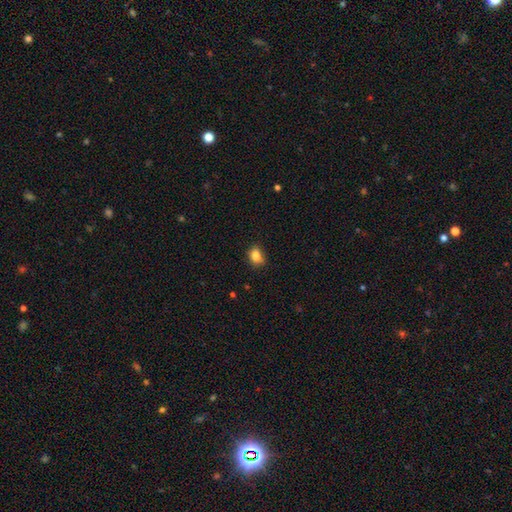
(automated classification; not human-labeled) A smooth galaxy with no disk features (84%) that is in between round and cigar-shaped (60%).

Vote fractions:
- Smooth or featured? smooth: 84% / star or artifact: 10% / featured or disk: 5%
- How rounded? in between: 60% / round: 39% / cigar-shaped: 1%
- Merging? none: 73% / minor disturbance: 21% / major disturbance: 4% / merger: 2%